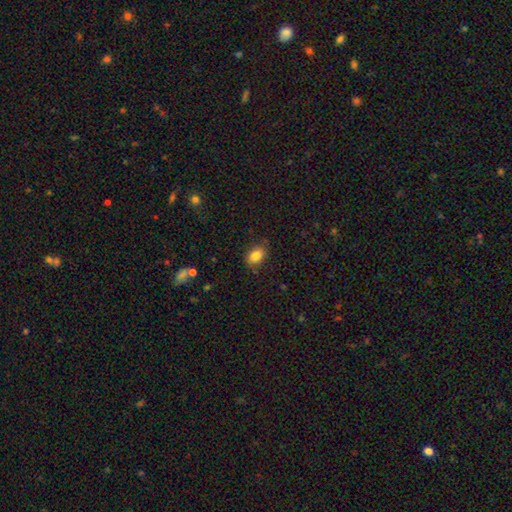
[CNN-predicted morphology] smooth-or-featured: smooth: 84% | star or artifact: 9% | featured or disk: 7%
  how-rounded: in between: 84% | round: 15% | cigar-shaped: 1%
  merging: none: 83% | minor disturbance: 12% | major disturbance: 3% | merger: 2%